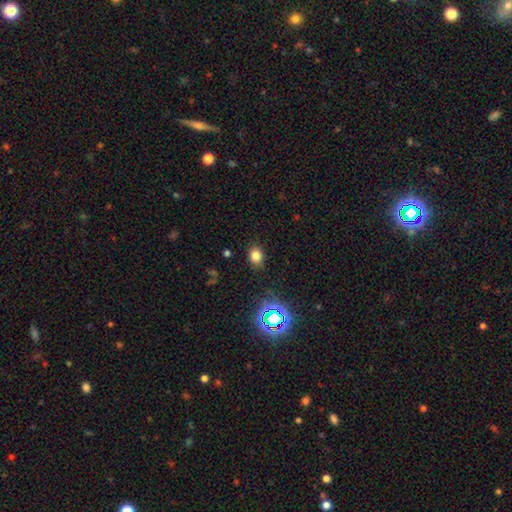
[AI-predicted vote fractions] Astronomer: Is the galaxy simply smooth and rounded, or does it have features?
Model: smooth — 76%.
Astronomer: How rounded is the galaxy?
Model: in between — 63%.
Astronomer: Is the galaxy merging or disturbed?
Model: none — 84%.